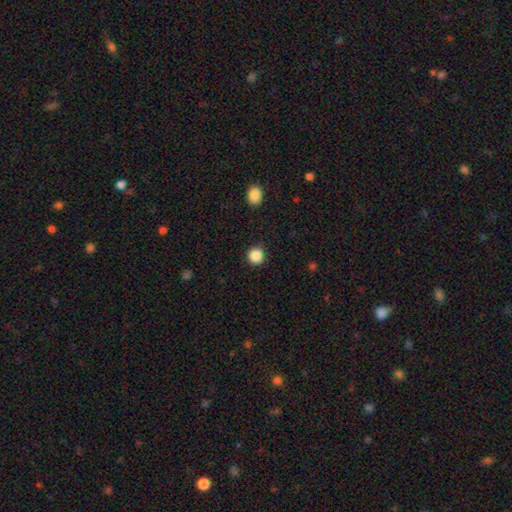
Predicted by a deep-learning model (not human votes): A smooth galaxy with no disk features (88%) that is round (94%). Merging: none (91%).